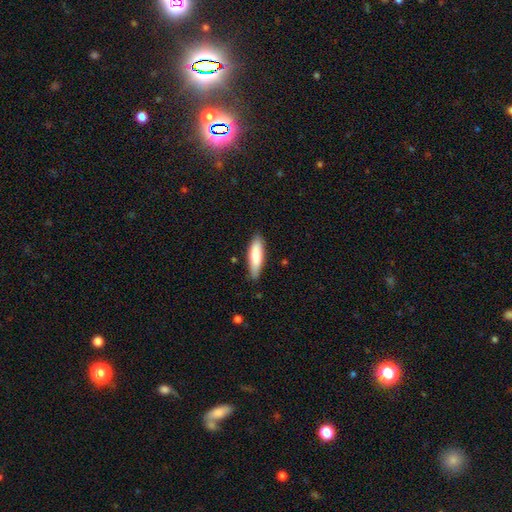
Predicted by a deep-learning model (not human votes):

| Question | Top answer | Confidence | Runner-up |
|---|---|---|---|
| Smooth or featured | smooth | 79% | featured or disk (15%) |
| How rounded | cigar-shaped | 57% | in between (42%) |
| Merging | none | 83% | minor disturbance (14%) |